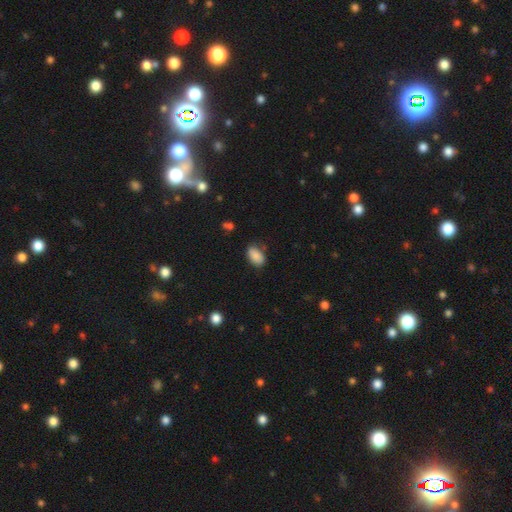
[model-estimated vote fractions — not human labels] Overall: smooth (86%). How rounded: in between (91%). Merging: none (76%).